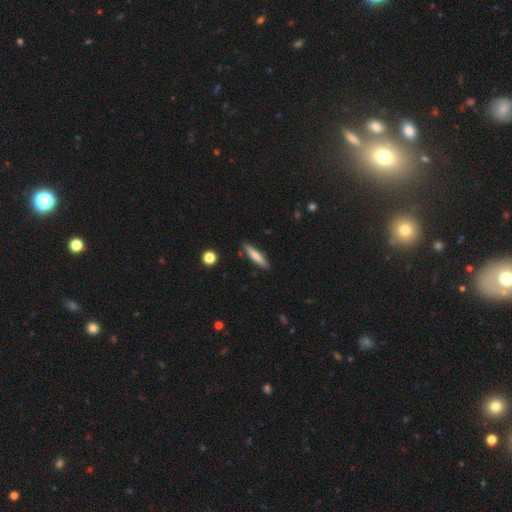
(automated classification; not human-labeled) Smooth or featured: smooth — 70% (featured or disk — 23%)
How rounded: cigar-shaped — 83% (in between — 15%)
Merging: none — 88% (minor disturbance — 9%)